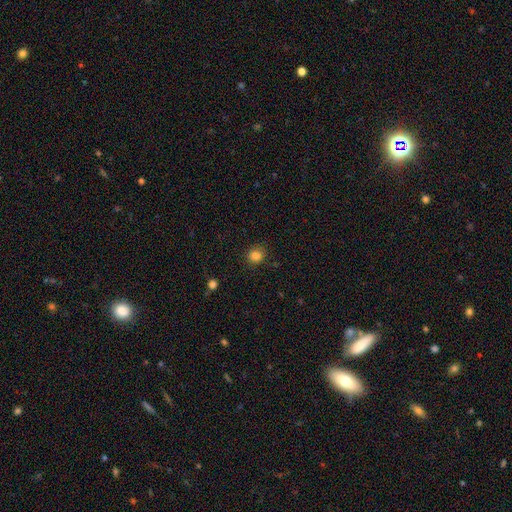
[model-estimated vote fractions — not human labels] Smooth or featured: smooth — 84% (star or artifact — 13%)
How rounded: round — 78% (in between — 21%)
Merging: none — 83% (minor disturbance — 12%)